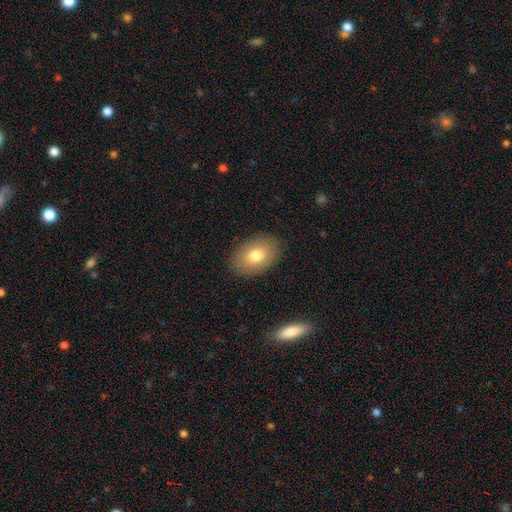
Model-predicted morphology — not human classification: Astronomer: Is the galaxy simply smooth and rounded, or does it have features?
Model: smooth — 76%.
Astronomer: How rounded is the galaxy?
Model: in between — 85%.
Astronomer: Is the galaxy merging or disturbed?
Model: none — 88%.